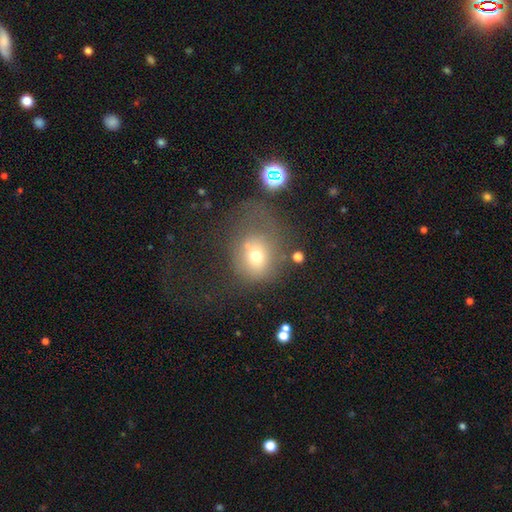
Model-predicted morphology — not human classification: The model was most divided on "merging": none: 37%, major disturbance: 34%, minor disturbance: 20%, merger: 8%. More confident: how rounded — round (75%); smooth or featured — smooth (67%).